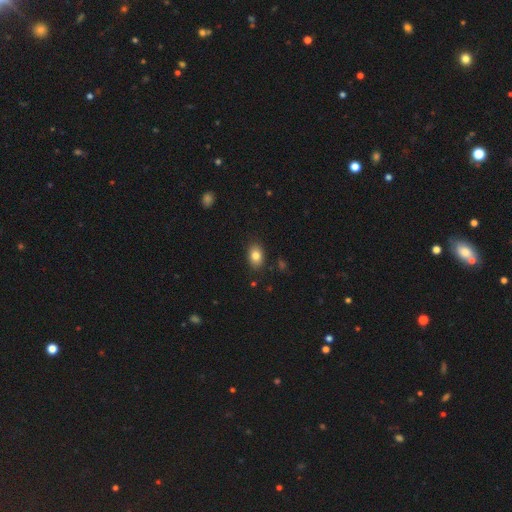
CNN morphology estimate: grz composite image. It shows a smooth galaxy with no disk features (83%) that is in between round and cigar-shaped (82%). Merging: none (86%).